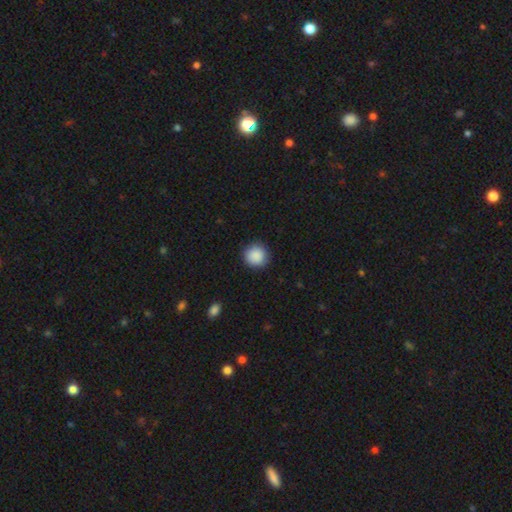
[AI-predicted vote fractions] Smooth or featured?
  - smooth: 89% *
  - star or artifact: 8%
  - featured or disk: 3%
How rounded?
  - round: 94% *
  - in between: 5%
  - cigar-shaped: 1%
Merging?
  - none: 91% *
  - minor disturbance: 6%
  - major disturbance: 2%
  - merger: 1%